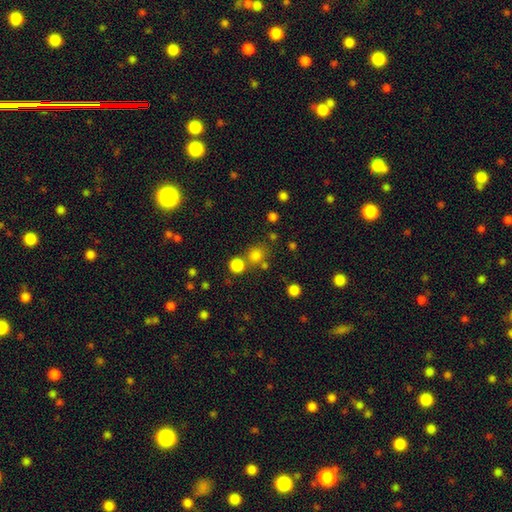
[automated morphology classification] Smooth or featured? smooth (77%)
How rounded? round (86%)
Merging? none (65%)